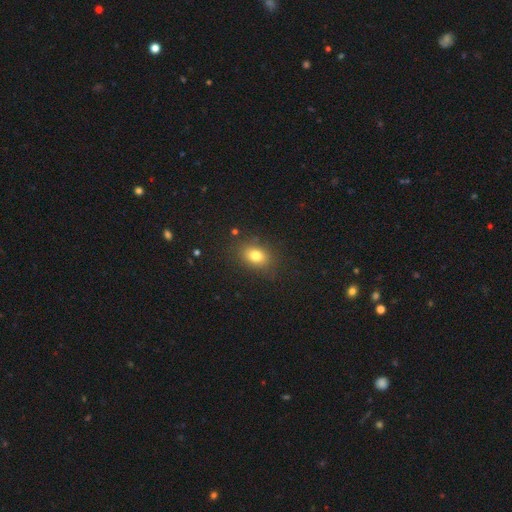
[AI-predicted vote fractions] Morphology: type=smooth (79%); roundness=in between (65%); merging=none (83%).